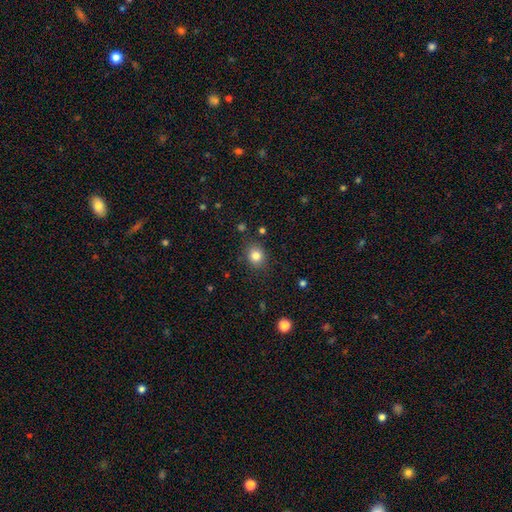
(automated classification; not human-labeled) A smooth galaxy with no disk features (82%) that is round (73%).

Vote fractions:
- Smooth or featured? smooth: 82% / star or artifact: 12% / featured or disk: 6%
- How rounded? round: 73% / in between: 26% / cigar-shaped: 1%
- Merging? none: 85% / minor disturbance: 10% / major disturbance: 3% / merger: 2%